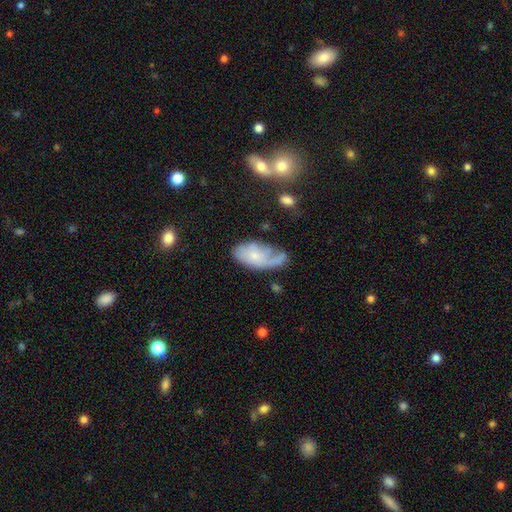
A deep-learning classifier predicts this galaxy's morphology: A featured or disk galaxy (49%).

Vote fractions:
- Smooth or featured? featured or disk: 49% / smooth: 44% / star or artifact: 7%
- Merging? none: 34% / minor disturbance: 31% / major disturbance: 29% / merger: 6%